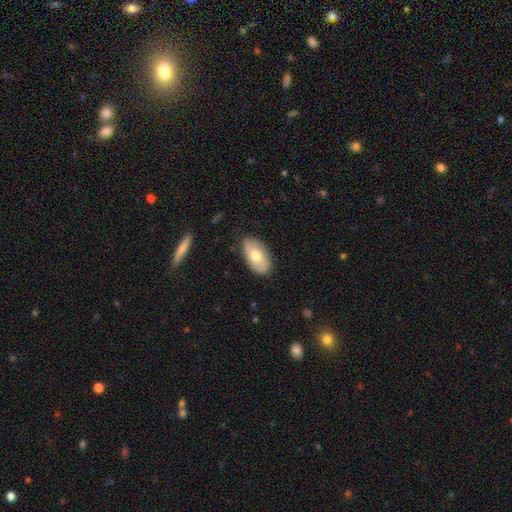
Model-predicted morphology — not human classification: This appears to be a smooth galaxy with no disk features (65%) that is in between round and cigar-shaped (94%). Merging: none (82%).